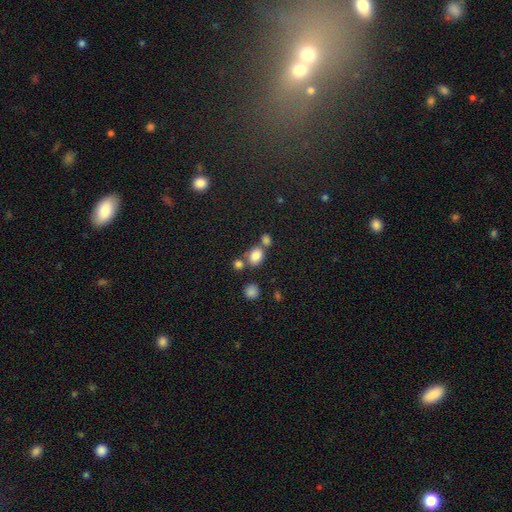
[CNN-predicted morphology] A smooth galaxy with no disk features (81%) that is in between round and cigar-shaped (55%). Merging: none (55%).